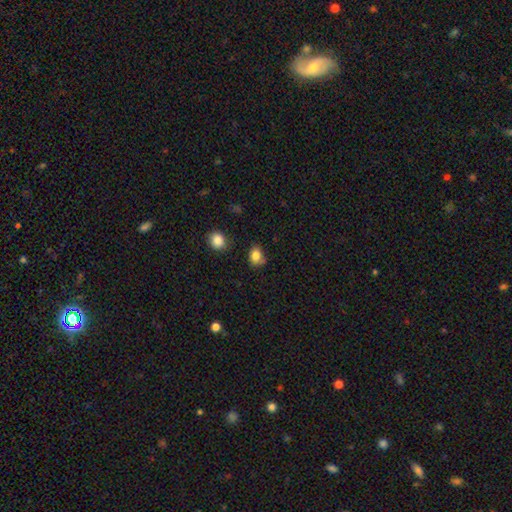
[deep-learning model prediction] Smooth or featured: smooth — 83% (star or artifact — 10%)
How rounded: in between — 51% (round — 48%)
Merging: none — 66% (minor disturbance — 24%)